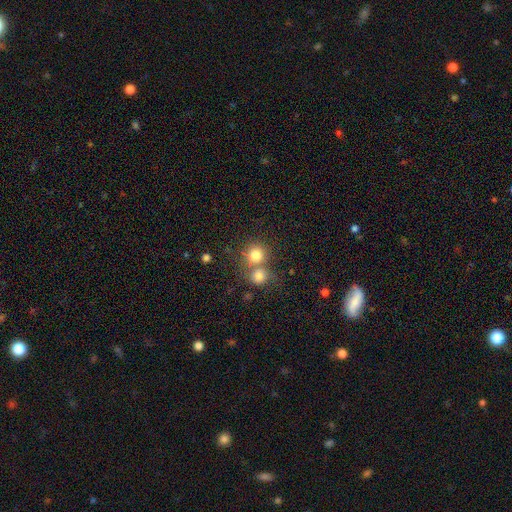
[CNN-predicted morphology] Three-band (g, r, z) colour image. It shows a smooth galaxy with no disk features (79%) that is round (88%). Merging: none (46%).